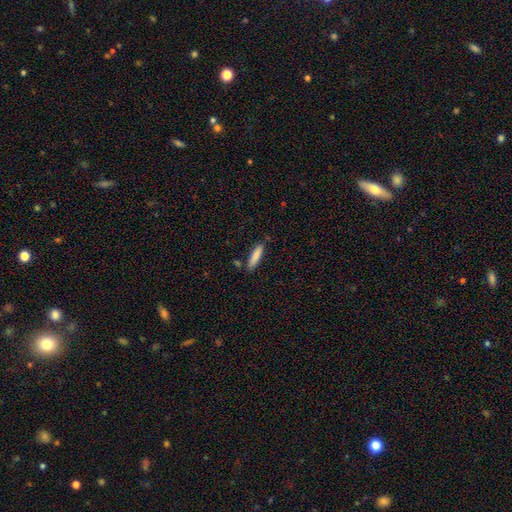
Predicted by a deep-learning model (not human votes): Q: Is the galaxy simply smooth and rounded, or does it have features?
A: smooth — 84%.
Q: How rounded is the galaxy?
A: cigar-shaped — 80%.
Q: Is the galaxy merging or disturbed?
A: none — 81%.